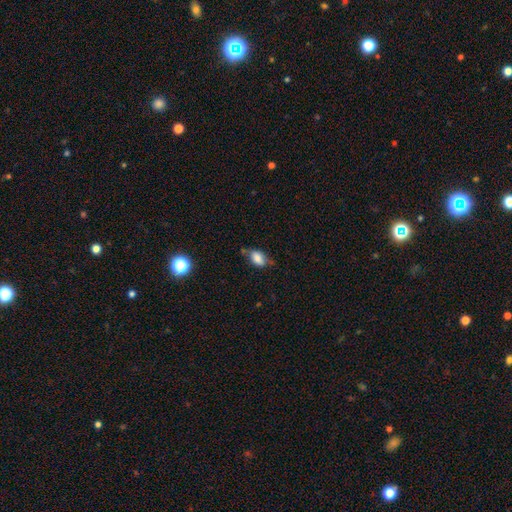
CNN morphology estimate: smooth-or-featured: smooth: 76% | featured or disk: 14% | star or artifact: 10%
  how-rounded: in between: 85% | round: 12% | cigar-shaped: 3%
  merging: none: 54% | minor disturbance: 32% | major disturbance: 9% | merger: 5%